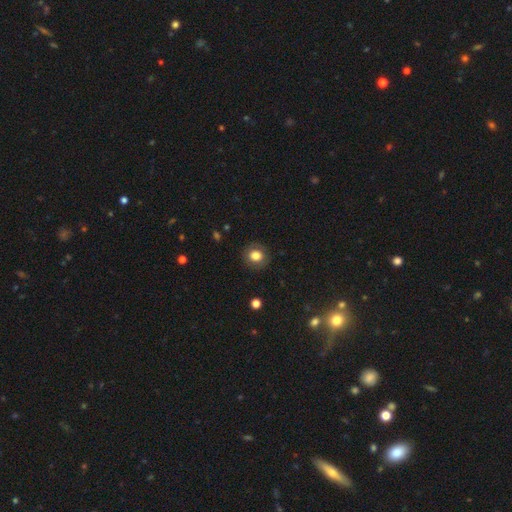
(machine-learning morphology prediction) smooth-or-featured: smooth: 77% | featured or disk: 13% | star or artifact: 10%
  how-rounded: round: 82% | in between: 17% | cigar-shaped: 1%
  merging: none: 86% | minor disturbance: 9% | major disturbance: 3% | merger: 1%